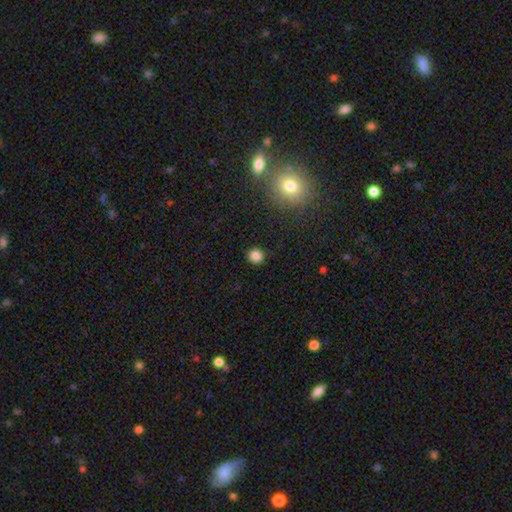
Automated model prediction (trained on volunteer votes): A smooth galaxy with no disk features (83%) that is round (91%).

Vote fractions:
- Smooth or featured? smooth: 83% / star or artifact: 13% / featured or disk: 4%
- How rounded? round: 91% / in between: 8% / cigar-shaped: 1%
- Merging? none: 91% / minor disturbance: 6% / major disturbance: 2% / merger: 1%